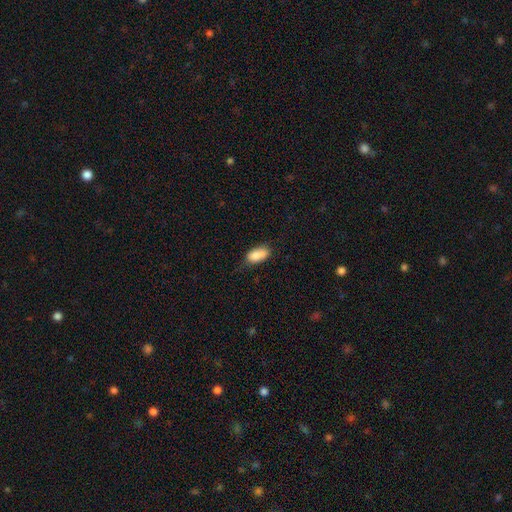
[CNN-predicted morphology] The model was most divided on "merging": none: 58%, minor disturbance: 29%, major disturbance: 7%, merger: 6%. More confident: how rounded — in between (89%); smooth or featured — smooth (85%).